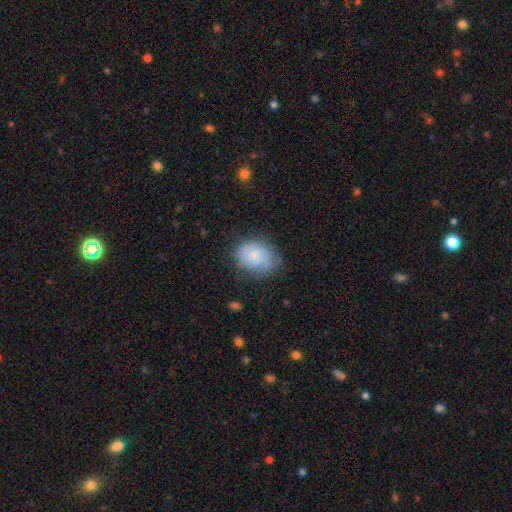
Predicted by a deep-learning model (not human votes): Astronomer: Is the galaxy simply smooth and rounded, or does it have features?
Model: smooth — 73%.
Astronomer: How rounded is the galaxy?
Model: round — 52% (runner-up: in between, 47%).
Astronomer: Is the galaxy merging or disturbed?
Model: none — 59%.